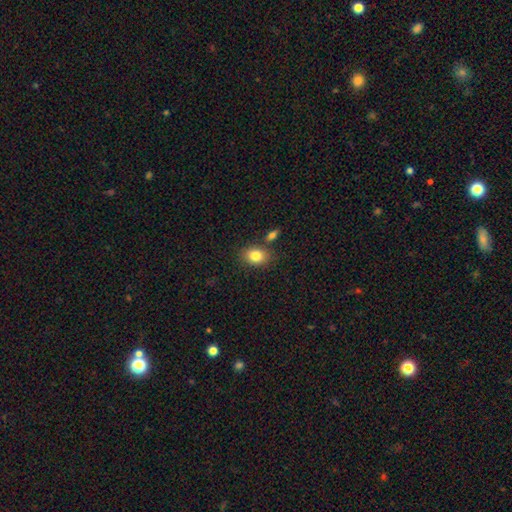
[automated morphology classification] smooth 83%, star or artifact 9%, featured or disk 8%. Down the decision tree: how rounded — in between (67%); merging — none (75%).